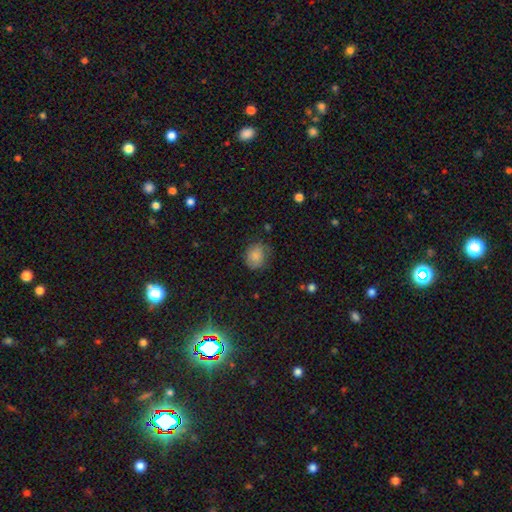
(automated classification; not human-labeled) Smooth or featured? Predicted: smooth (p=0.80). How rounded? Predicted: round (p=0.65). Merging? Predicted: none (p=0.67).